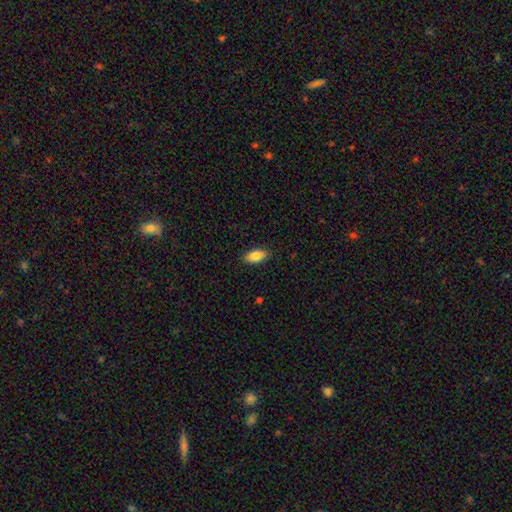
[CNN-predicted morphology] The model was most divided on "smooth or featured": smooth: 86%, featured or disk: 7%, star or artifact: 7%. More confident: how rounded — in between (89%); merging — none (88%).